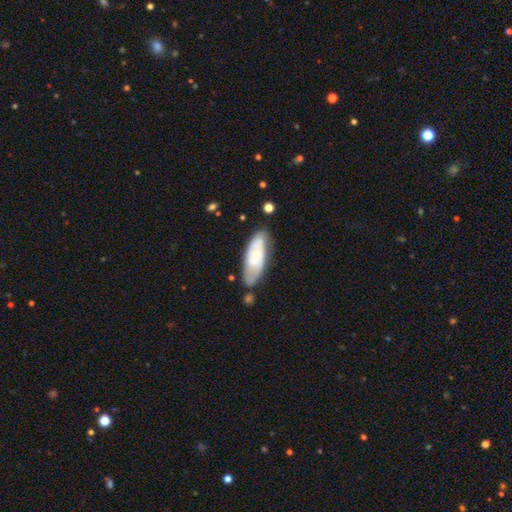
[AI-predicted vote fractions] This is possibly a featured or disk galaxy (49%). Merging: likely none (66%).